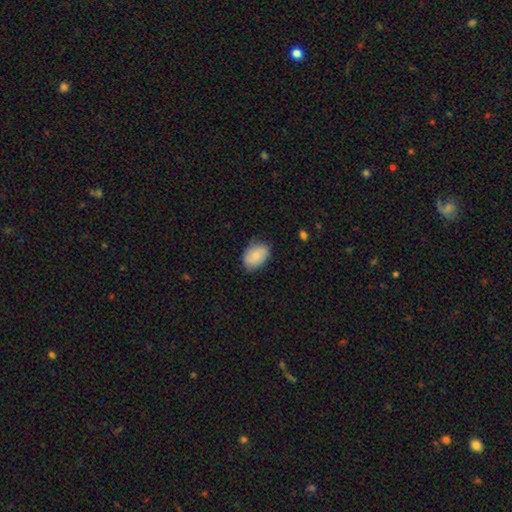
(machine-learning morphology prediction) This is clearly a smooth galaxy (81%). How rounded: clearly in between (84%). Merging: clearly none (81%).